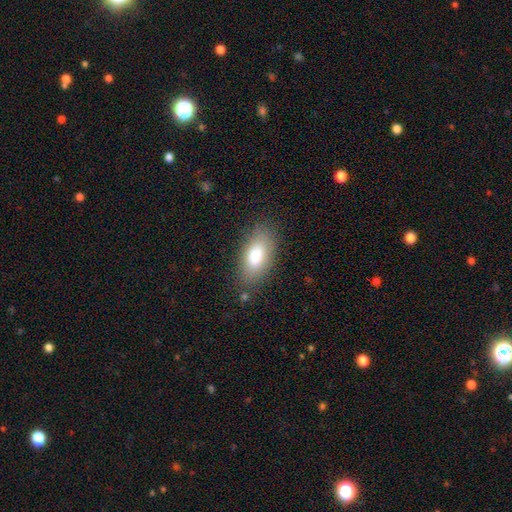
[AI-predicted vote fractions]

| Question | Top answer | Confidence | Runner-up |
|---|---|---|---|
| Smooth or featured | smooth | 82% | featured or disk (11%) |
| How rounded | in between | 91% | cigar-shaped (6%) |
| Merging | none | 80% | minor disturbance (13%) |